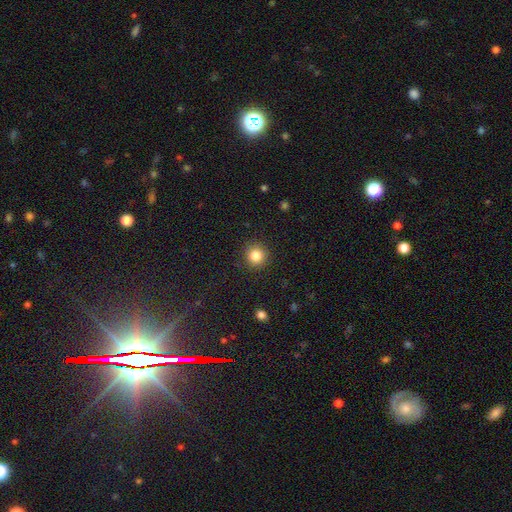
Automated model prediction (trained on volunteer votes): Smooth or featured?
  - smooth: 84% *
  - star or artifact: 11%
  - featured or disk: 5%
How rounded?
  - round: 93% *
  - in between: 6%
  - cigar-shaped: 1%
Merging?
  - none: 90% *
  - minor disturbance: 6%
  - major disturbance: 2%
  - merger: 1%